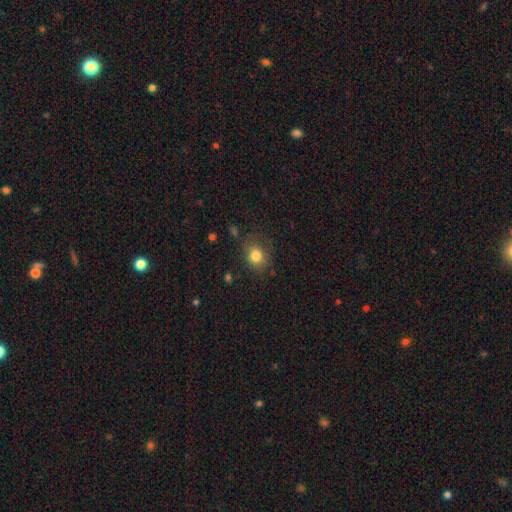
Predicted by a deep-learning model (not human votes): Q: Smooth or featured?
A: smooth (81%); runner-up: star or artifact (11%)
Q: How rounded?
A: round (63%); runner-up: in between (36%)
Q: Merging?
A: none (74%); runner-up: minor disturbance (18%)